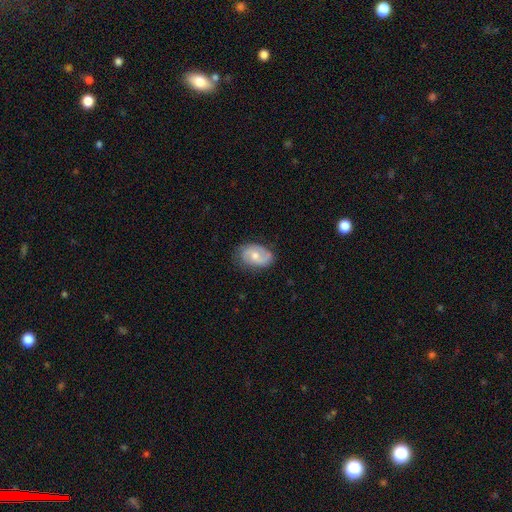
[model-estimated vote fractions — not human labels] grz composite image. It shows a featured or disk galaxy (58%) with no bar (62%), spiral arms (84%) and a moderate central bulge (64%). Merging: none (72%).